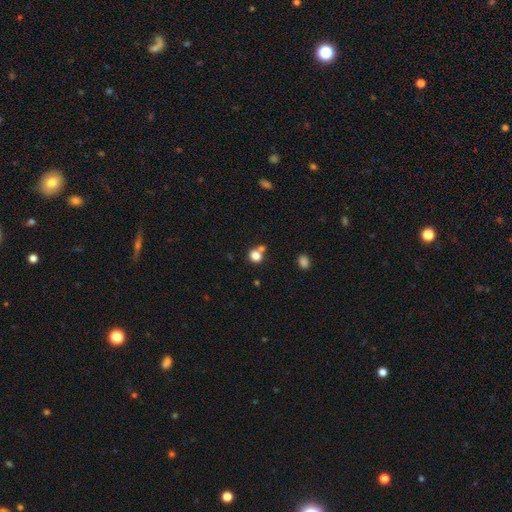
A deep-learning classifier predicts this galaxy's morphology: Smooth or featured: smooth — 82% (star or artifact — 12%)
How rounded: round — 82% (in between — 17%)
Merging: none — 56% (merger — 30%)